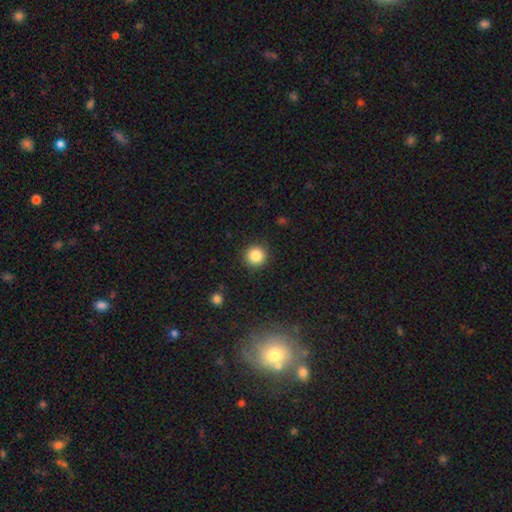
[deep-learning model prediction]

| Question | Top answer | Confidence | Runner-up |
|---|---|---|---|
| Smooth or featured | smooth | 85% | star or artifact (10%) |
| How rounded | round | 95% | in between (5%) |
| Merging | none | 91% | minor disturbance (6%) |